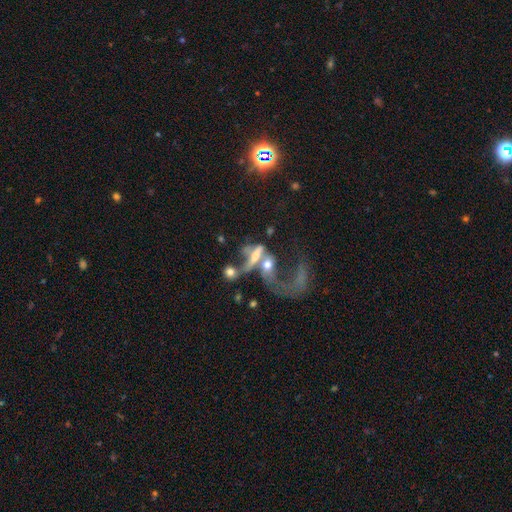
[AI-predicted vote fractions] featured or disk 58%, smooth 30%, star or artifact 13%. Down the decision tree: edge-on disk — no (80%); merging — merger (56%).